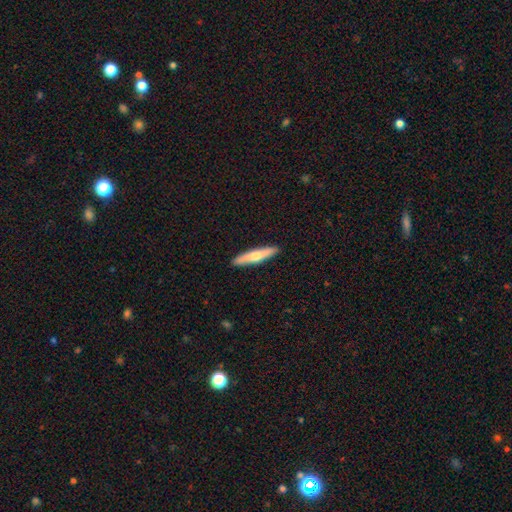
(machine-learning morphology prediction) smooth_or_featured: smooth (p=0.57) [alt: featured or disk p=0.38]
how_rounded: cigar-shaped (p=0.88) [alt: in between p=0.10]
merging: none (p=0.91) [alt: minor disturbance p=0.06]